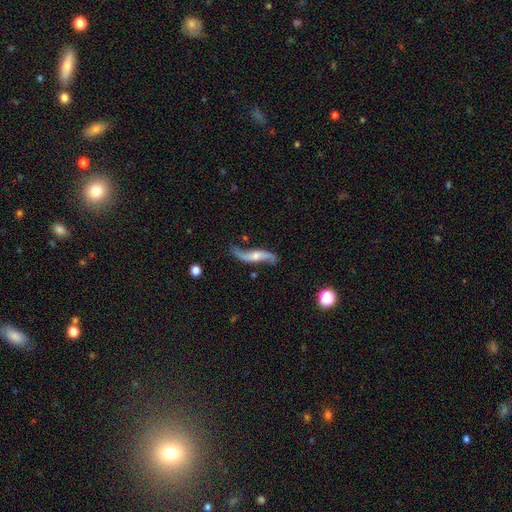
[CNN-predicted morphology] Smooth or featured?
  - featured or disk: 84% *
  - smooth: 11%
  - star or artifact: 5%
Edge-on disk?
  - no: 84% *
  - yes: 16%
Bar?
  - no: 54% *
  - weak: 32%
  - strong: 14%
Spiral arms?
  - yes: 95% *
  - no: 5%
Spiral winding?
  - loose: 91% *
  - medium: 6%
  - tight: 2%
Spiral arm count?
  - 2: 93% *
  - 1: 2%
  - can't tell: 2%
  - 3: 1%
  - 4: 1%
  - more than 4: 1%
Bulge size?
  - moderate: 43% *
  - small: 40%
  - none: 10%
  - large: 5%
  - dominant: 2%
Merging?
  - none: 70% *
  - minor disturbance: 18%
  - major disturbance: 8%
  - merger: 3%